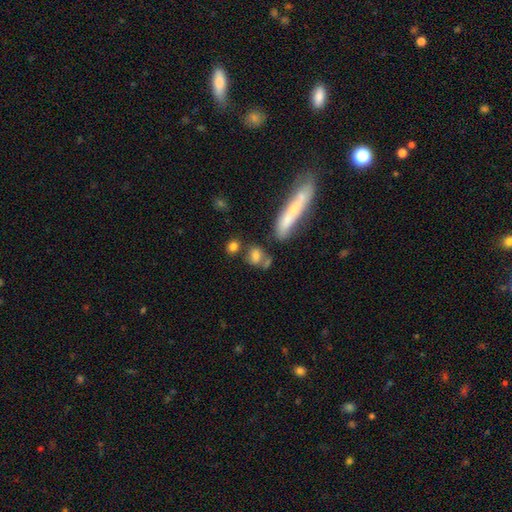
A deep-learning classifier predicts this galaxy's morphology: Q: Smooth or featured?
A: smooth (71%); runner-up: featured or disk (17%)
Q: How rounded?
A: in between (60%); runner-up: round (31%)
Q: Merging?
A: none (49%); runner-up: merger (24%)